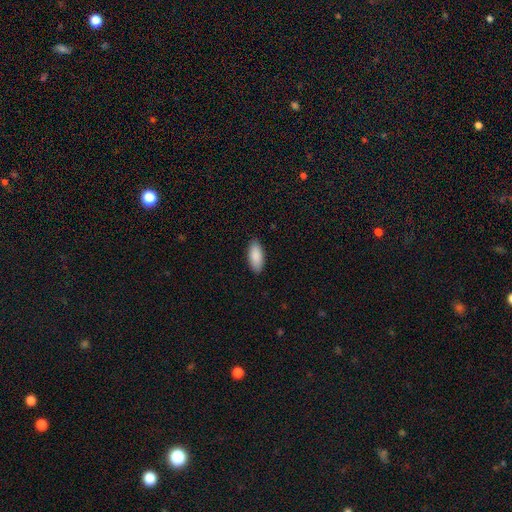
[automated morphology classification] Smooth or featured: smooth — 90% (star or artifact — 6%)
How rounded: in between — 87% (cigar-shaped — 11%)
Merging: none — 89% (minor disturbance — 8%)